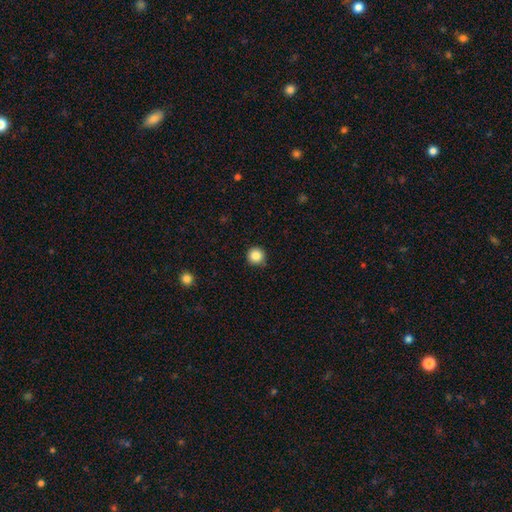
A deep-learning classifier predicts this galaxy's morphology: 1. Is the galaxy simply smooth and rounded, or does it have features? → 86% smooth, 10% star or artifact, 4% featured or disk.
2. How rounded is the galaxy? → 96% round, 3% in between, 1% cigar-shaped.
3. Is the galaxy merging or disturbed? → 90% none, 7% minor disturbance, 2% major disturbance, 1% merger.